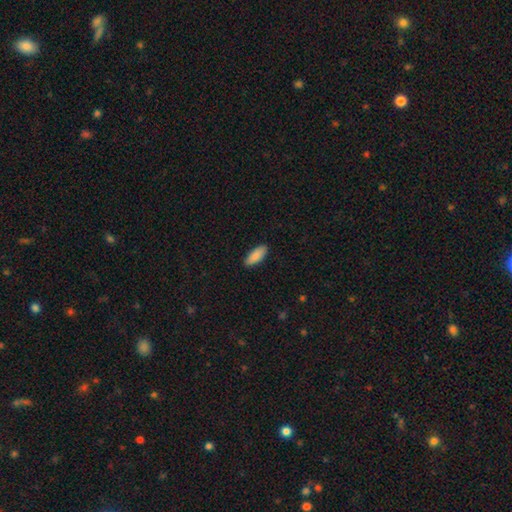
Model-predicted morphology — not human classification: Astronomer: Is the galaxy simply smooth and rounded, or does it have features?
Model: smooth — 90%.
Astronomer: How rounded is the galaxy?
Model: in between — 76%.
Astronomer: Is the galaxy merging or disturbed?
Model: none — 89%.